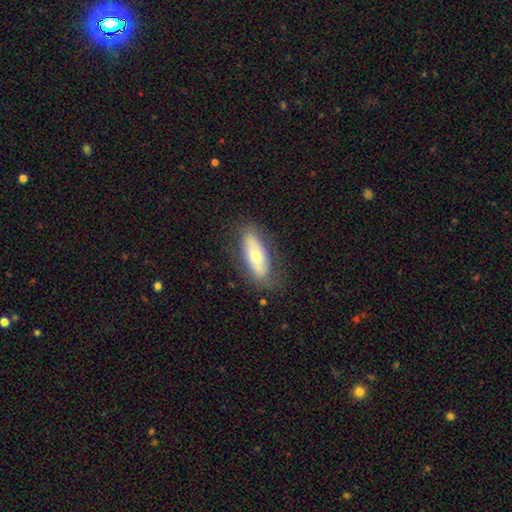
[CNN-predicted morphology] The model was most divided on "smooth or featured": smooth: 60%, featured or disk: 33%, star or artifact: 7%. More confident: merging — none (80%); how rounded — in between (69%).